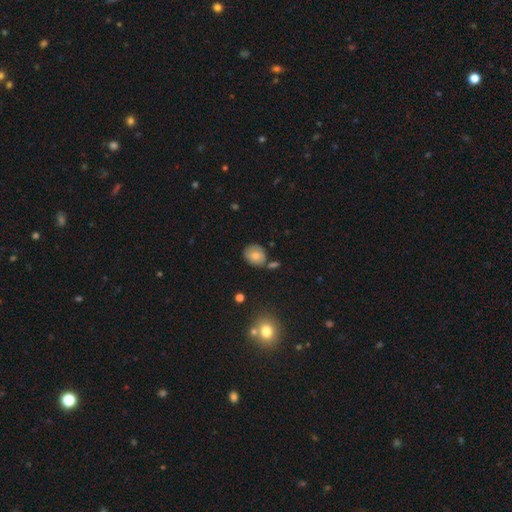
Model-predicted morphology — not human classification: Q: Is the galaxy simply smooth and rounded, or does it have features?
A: smooth — 76%.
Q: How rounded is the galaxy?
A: round — 67%.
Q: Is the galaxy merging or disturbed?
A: none — 70%.